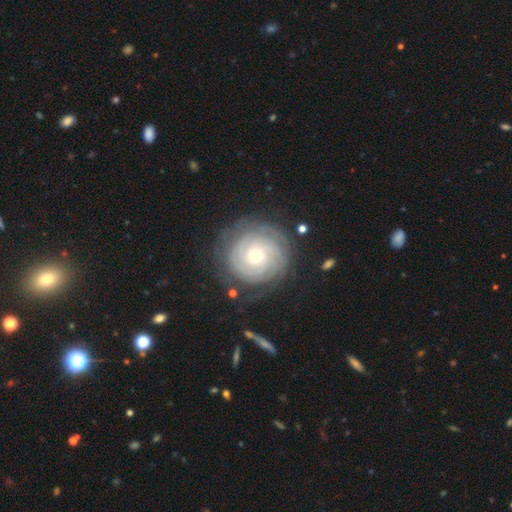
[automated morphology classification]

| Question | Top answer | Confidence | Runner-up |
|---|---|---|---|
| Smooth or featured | featured or disk | 82% | smooth (12%) |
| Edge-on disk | no | 98% | yes (2%) |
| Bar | no | 78% | weak (17%) |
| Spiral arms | yes | 96% | no (4%) |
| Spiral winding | tight | 87% | medium (11%) |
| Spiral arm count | can't tell | 35% | 2 (17%) |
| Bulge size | small | 61% | moderate (36%) |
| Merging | none | 81% | minor disturbance (12%) |